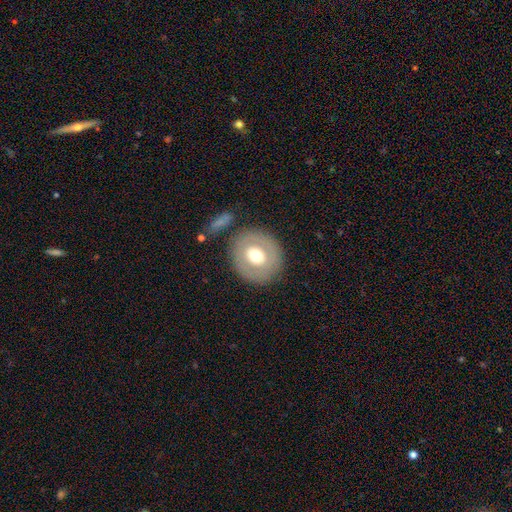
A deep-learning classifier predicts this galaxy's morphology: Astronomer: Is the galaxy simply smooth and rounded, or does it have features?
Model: smooth — 53% (runner-up: featured or disk, 40%).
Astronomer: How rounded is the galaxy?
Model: round — 82%.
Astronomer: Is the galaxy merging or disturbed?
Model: none — 82%.